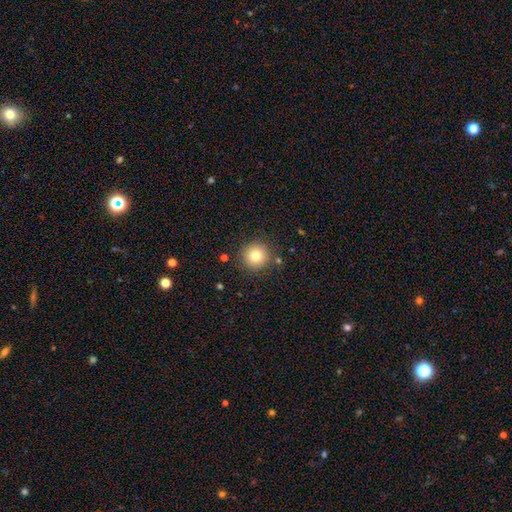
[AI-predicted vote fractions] Smooth or featured?
  - smooth: 78% *
  - star or artifact: 12%
  - featured or disk: 10%
How rounded?
  - round: 95% *
  - in between: 4%
  - cigar-shaped: 1%
Merging?
  - none: 87% *
  - minor disturbance: 8%
  - merger: 3%
  - major disturbance: 3%